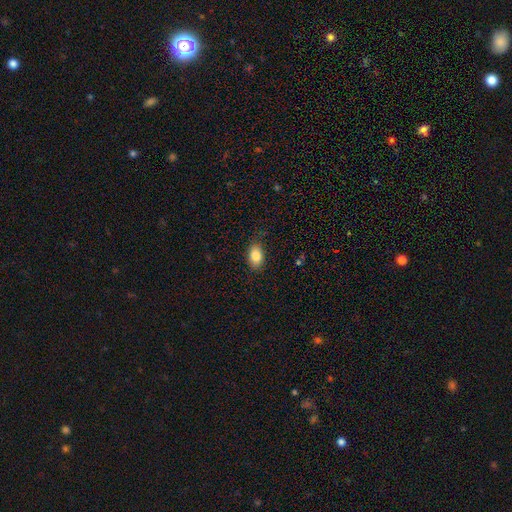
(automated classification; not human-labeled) smooth_or_featured: smooth (p=0.84) [alt: star or artifact p=0.08]
how_rounded: in between (p=0.87) [alt: round p=0.11]
merging: none (p=0.83) [alt: minor disturbance p=0.13]